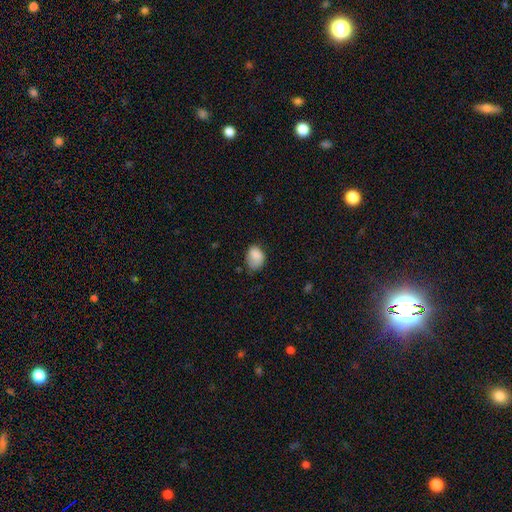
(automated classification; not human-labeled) A smooth galaxy with no disk features (86%) that is in between round and cigar-shaped (69%). Merging: none (53%).